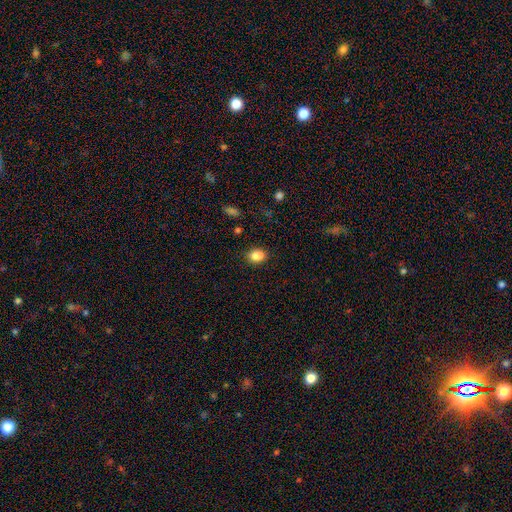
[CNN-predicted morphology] A smooth galaxy with no disk features (82%) that is in between round and cigar-shaped (67%). Merging: none (69%).